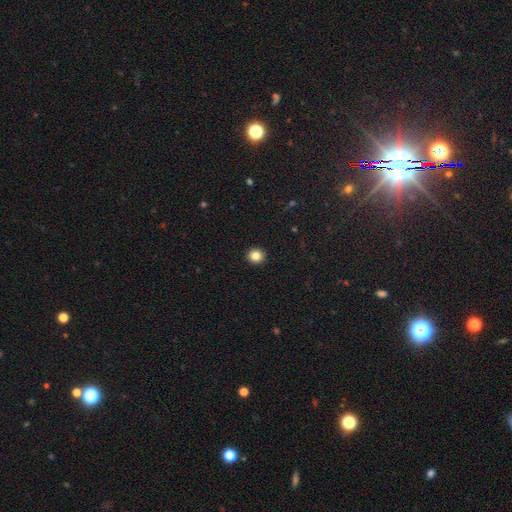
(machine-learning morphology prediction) Smooth or featured? Predicted: smooth (p=0.84). How rounded? Predicted: round (p=0.87). Merging? Predicted: none (p=0.93).